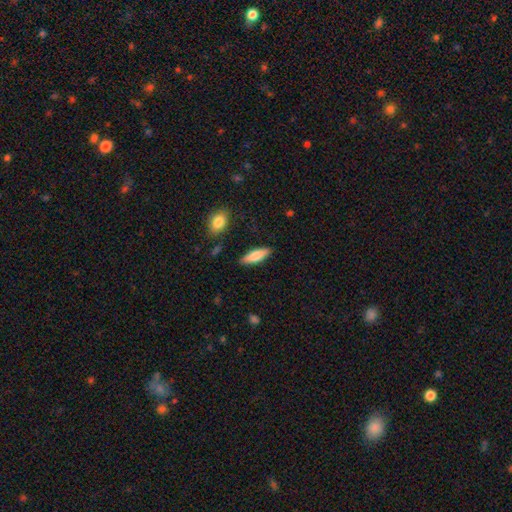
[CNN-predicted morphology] A smooth galaxy with no disk features (78%) that is in between round and cigar-shaped (51%). Merging: none (86%).